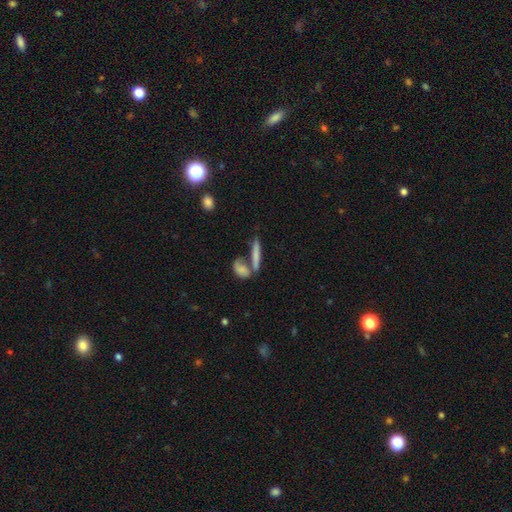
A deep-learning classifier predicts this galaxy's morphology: The model was most divided on "merging": none: 51%, merger: 33%, minor disturbance: 11%, major disturbance: 5%. More confident: how rounded — cigar-shaped (77%); smooth or featured — smooth (67%).